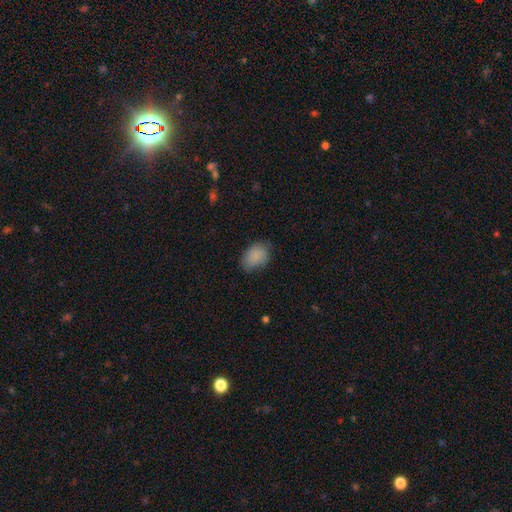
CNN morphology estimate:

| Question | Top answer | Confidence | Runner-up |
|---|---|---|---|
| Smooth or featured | smooth | 86% | star or artifact (8%) |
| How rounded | in between | 76% | round (23%) |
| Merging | none | 69% | minor disturbance (24%) |